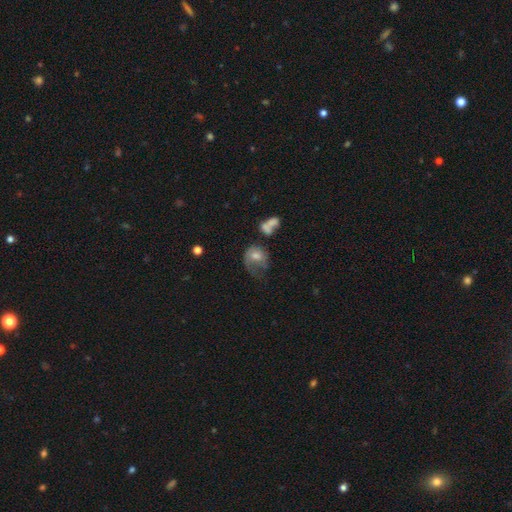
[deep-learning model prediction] smooth 52%, featured or disk 38%, star or artifact 10%. Down the decision tree: how rounded — round (51%); merging — major disturbance (43%).